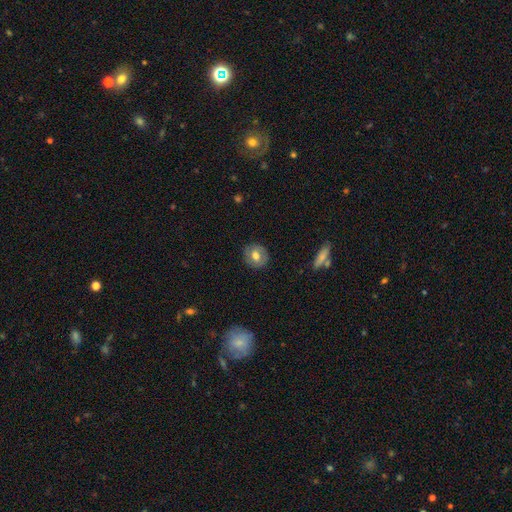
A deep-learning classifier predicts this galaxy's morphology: smooth-or-featured: smooth: 63% | featured or disk: 29% | star or artifact: 8%
  how-rounded: round: 81% | in between: 17% | cigar-shaped: 1%
  merging: none: 87% | minor disturbance: 10% | major disturbance: 2% | merger: 1%